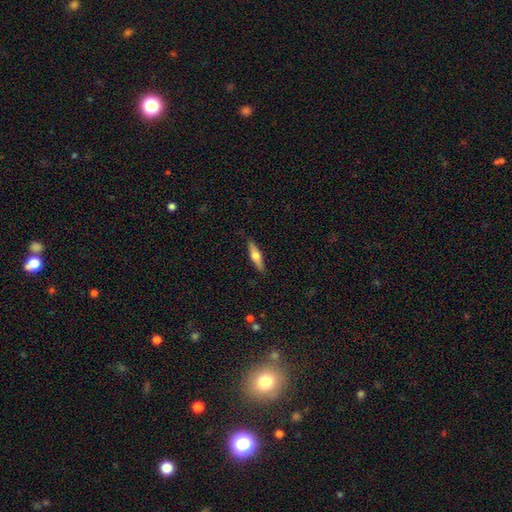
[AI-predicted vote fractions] smooth-or-featured: featured or disk: 48% | smooth: 46% | star or artifact: 6%
  merging: none: 88% | minor disturbance: 9% | major disturbance: 2% | merger: 1%